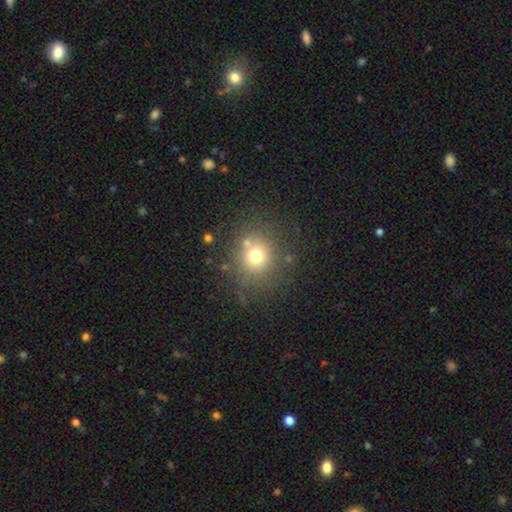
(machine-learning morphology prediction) smooth 69%, star or artifact 18%, featured or disk 13%. Down the decision tree: how rounded — round (86%); merging — none (76%).